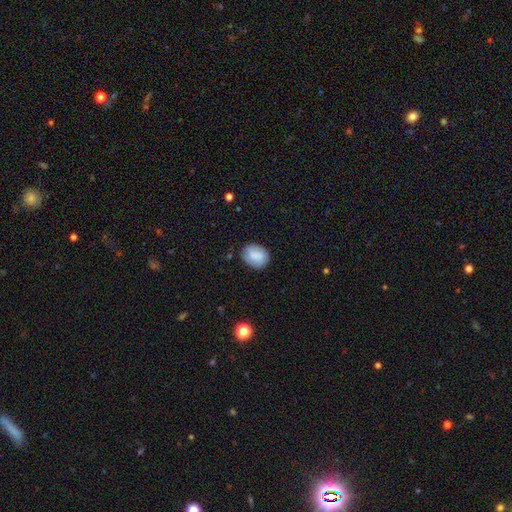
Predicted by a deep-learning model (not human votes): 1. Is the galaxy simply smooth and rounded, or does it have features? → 82% smooth, 11% featured or disk, 7% star or artifact.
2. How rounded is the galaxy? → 51% in between, 48% round, 1% cigar-shaped.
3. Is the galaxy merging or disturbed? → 79% none, 16% minor disturbance, 4% major disturbance, 2% merger.